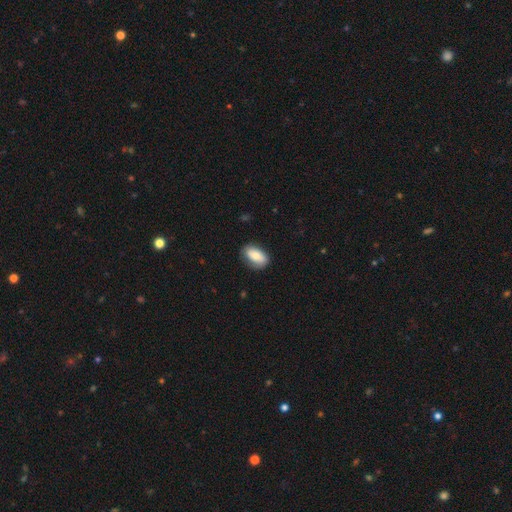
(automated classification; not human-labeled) smooth-or-featured: smooth: 76% | featured or disk: 18% | star or artifact: 7%
  how-rounded: in between: 92% | round: 6% | cigar-shaped: 3%
  merging: none: 77% | minor disturbance: 18% | major disturbance: 4% | merger: 1%